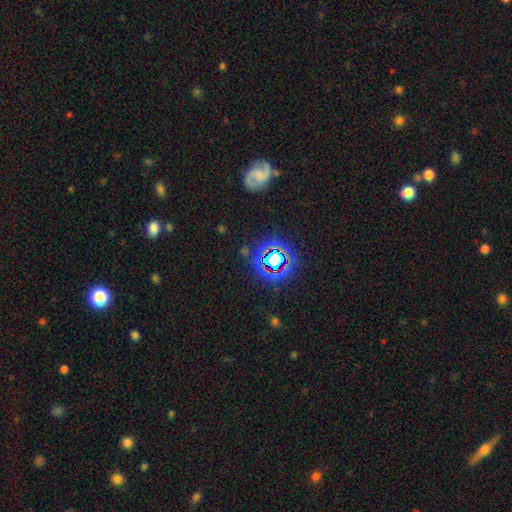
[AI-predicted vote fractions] Smooth or featured? star or artifact (68%)